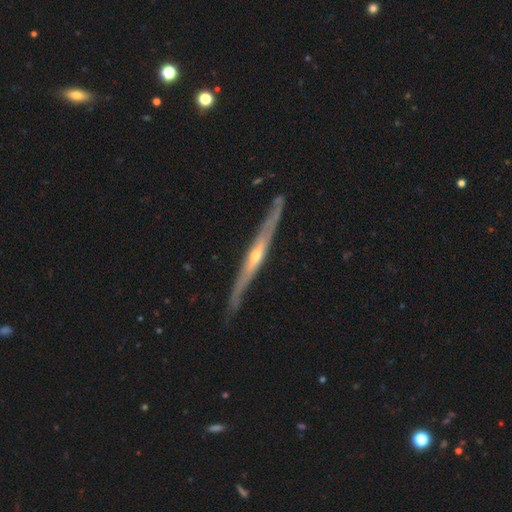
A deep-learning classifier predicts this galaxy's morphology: A featured or disk galaxy (85%) viewed edge-on (96%) with a rounded central bulge (77%). Merging: none (84%).